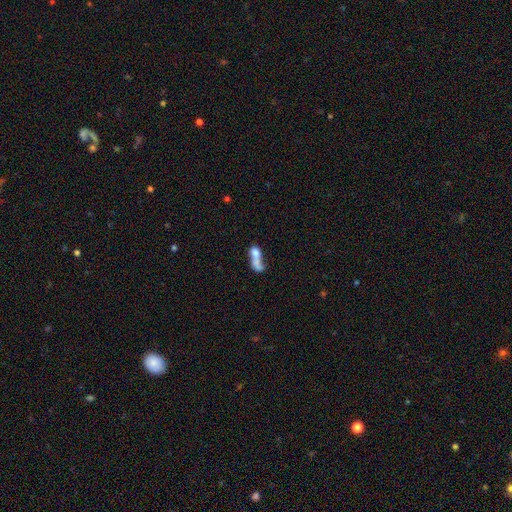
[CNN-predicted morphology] smooth_or_featured: smooth (p=0.59) [alt: featured or disk p=0.30]
how_rounded: in between (p=0.61) [alt: cigar-shaped p=0.22]
merging: merger (p=0.58) [alt: major disturbance p=0.18]